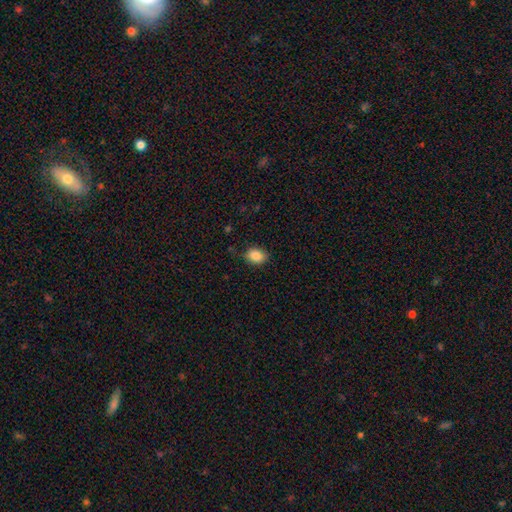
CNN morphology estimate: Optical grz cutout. It shows a smooth galaxy with no disk features (87%) that is in between round and cigar-shaped (66%). Merging: none (82%).